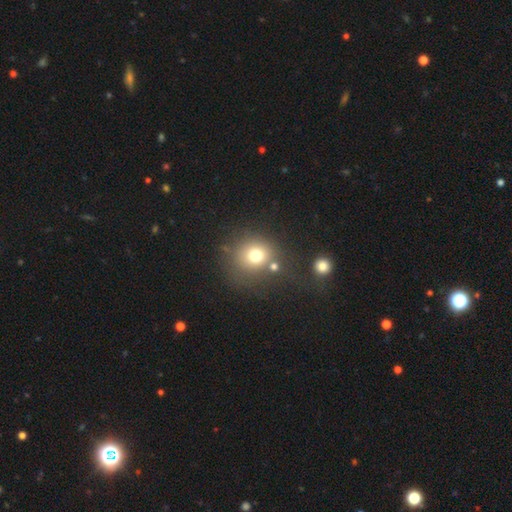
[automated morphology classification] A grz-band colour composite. It shows a smooth galaxy with no disk features (72%) that is round (86%). Merging: none (63%).